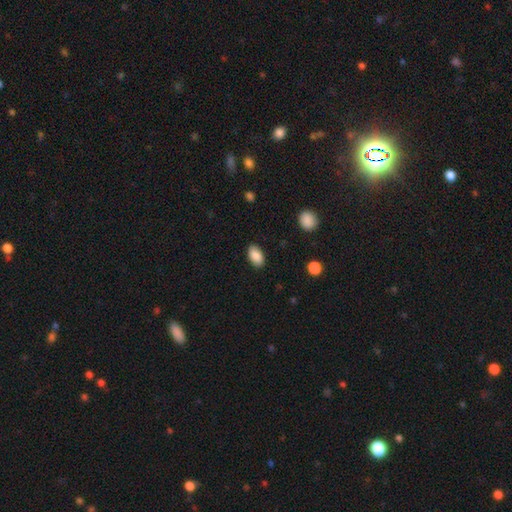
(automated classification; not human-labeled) Overall: smooth (88%). How rounded: in between (93%). Merging: none (87%).